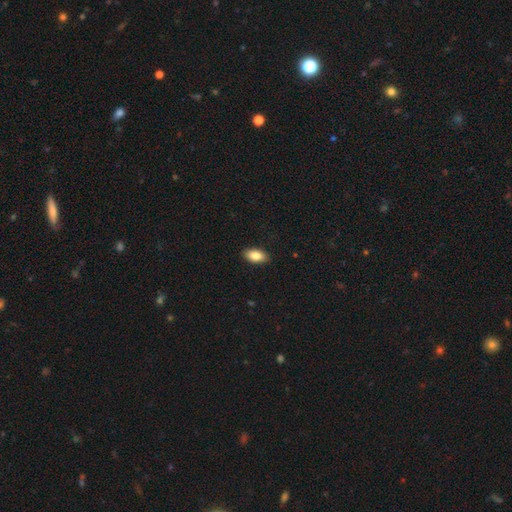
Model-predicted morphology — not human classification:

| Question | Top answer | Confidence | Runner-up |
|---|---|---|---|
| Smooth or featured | smooth | 84% | featured or disk (9%) |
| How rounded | in between | 92% | round (4%) |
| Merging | none | 89% | minor disturbance (8%) |